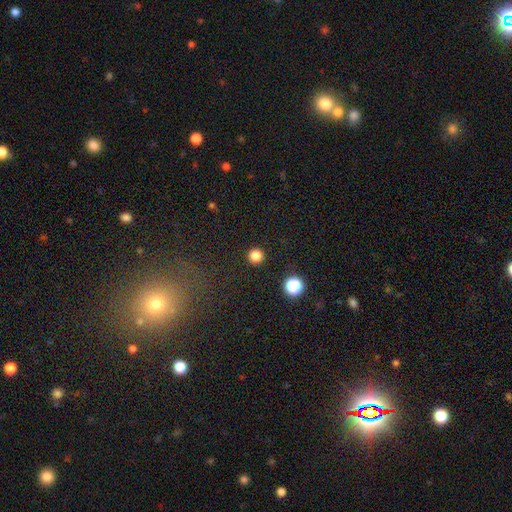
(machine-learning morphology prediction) A smooth galaxy with no disk features (83%) that is round (96%).

Vote fractions:
- Smooth or featured? smooth: 83% / star or artifact: 13% / featured or disk: 3%
- How rounded? round: 96% / in between: 3% / cigar-shaped: 1%
- Merging? none: 93% / minor disturbance: 4% / major disturbance: 2% / merger: 1%